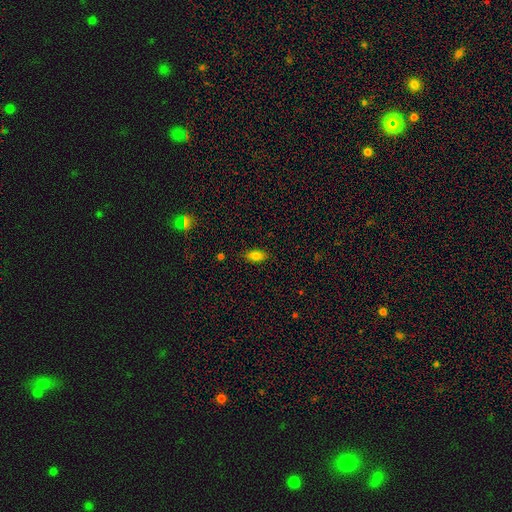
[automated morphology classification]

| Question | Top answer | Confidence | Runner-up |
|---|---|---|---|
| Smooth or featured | smooth | 80% | star or artifact (10%) |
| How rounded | in between | 88% | cigar-shaped (7%) |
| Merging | none | 84% | minor disturbance (12%) |